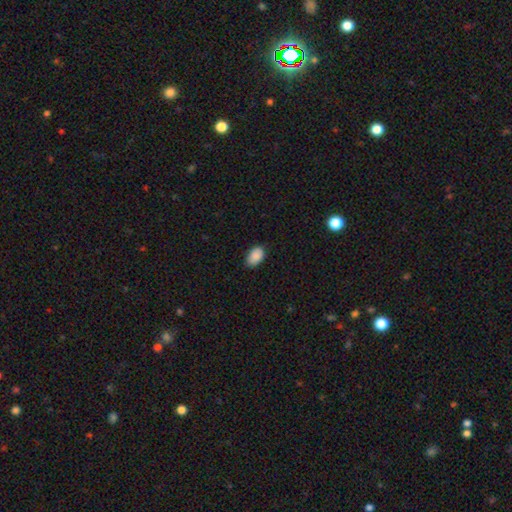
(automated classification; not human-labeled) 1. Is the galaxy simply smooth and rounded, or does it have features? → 90% smooth, 7% star or artifact, 3% featured or disk.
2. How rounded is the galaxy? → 91% in between, 8% round, 1% cigar-shaped.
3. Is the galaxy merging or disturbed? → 79% none, 17% minor disturbance, 2% major disturbance, 1% merger.